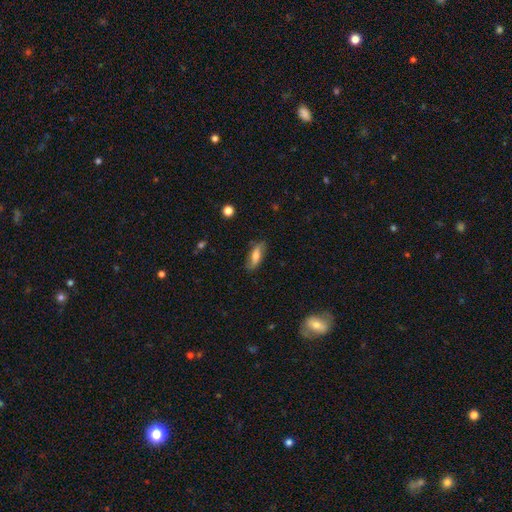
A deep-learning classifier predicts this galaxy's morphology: A smooth galaxy with no disk features (63%) that is in between round and cigar-shaped (64%).

Vote fractions:
- Smooth or featured? smooth: 63% / featured or disk: 30% / star or artifact: 7%
- How rounded? in between: 64% / cigar-shaped: 33% / round: 3%
- Merging? none: 79% / minor disturbance: 16% / major disturbance: 4% / merger: 1%